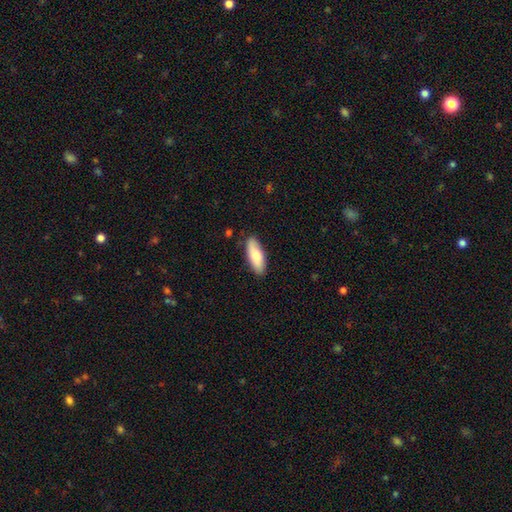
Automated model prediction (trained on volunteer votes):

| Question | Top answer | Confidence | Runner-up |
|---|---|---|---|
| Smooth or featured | smooth | 78% | featured or disk (17%) |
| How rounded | in between | 67% | cigar-shaped (31%) |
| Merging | none | 86% | minor disturbance (11%) |